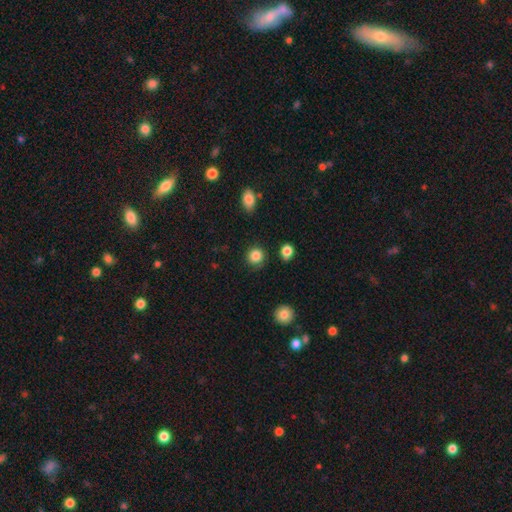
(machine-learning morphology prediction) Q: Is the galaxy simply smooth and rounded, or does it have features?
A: smooth — 85%.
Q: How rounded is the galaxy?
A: round — 89%.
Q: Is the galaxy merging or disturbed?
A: none — 85%.